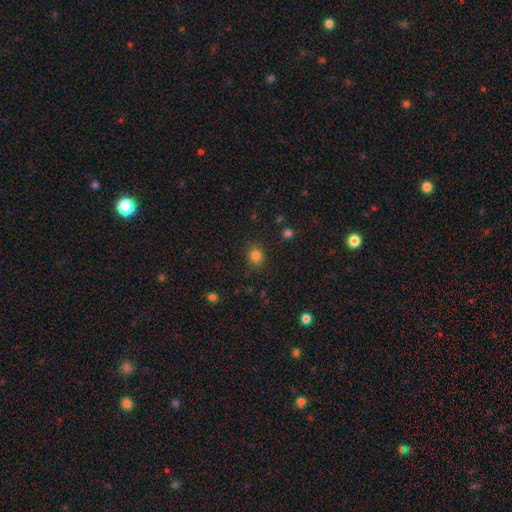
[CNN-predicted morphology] smooth_or_featured: smooth (p=0.83) [alt: star or artifact p=0.13]
how_rounded: round (p=0.74) [alt: in between p=0.25]
merging: none (p=0.85) [alt: minor disturbance p=0.10]